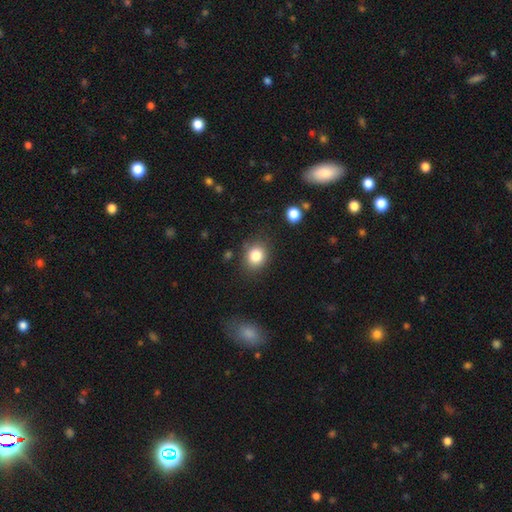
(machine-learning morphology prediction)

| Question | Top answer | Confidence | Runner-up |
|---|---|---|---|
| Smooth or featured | smooth | 83% | star or artifact (10%) |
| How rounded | round | 67% | in between (32%) |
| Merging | none | 82% | minor disturbance (12%) |